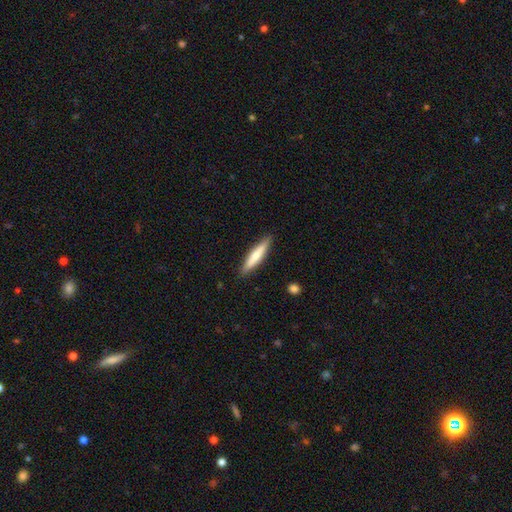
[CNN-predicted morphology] Smooth or featured: smooth — 63% (featured or disk — 31%)
How rounded: cigar-shaped — 88% (in between — 11%)
Merging: none — 89% (minor disturbance — 8%)